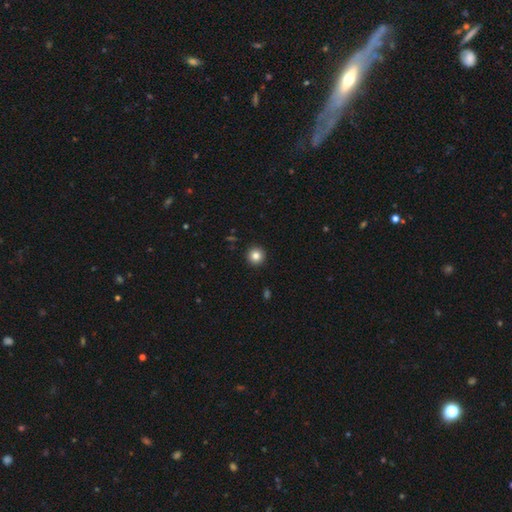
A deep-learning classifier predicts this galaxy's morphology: smooth 83%, star or artifact 11%, featured or disk 6%. Down the decision tree: how rounded — round (95%); merging — none (93%).